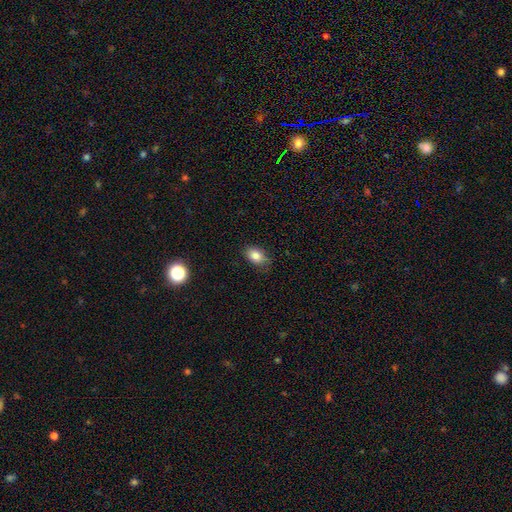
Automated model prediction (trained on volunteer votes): Smooth or featured? smooth (84%)
How rounded? in between (81%)
Merging? none (74%)